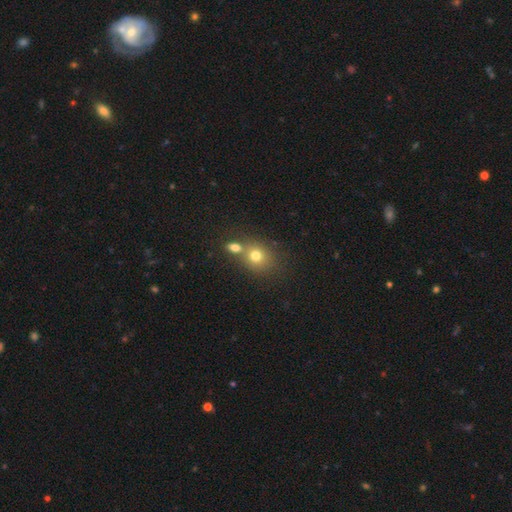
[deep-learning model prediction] Overall: smooth (75%). How rounded: round (72%). Merging: none (49%; merger 38%).